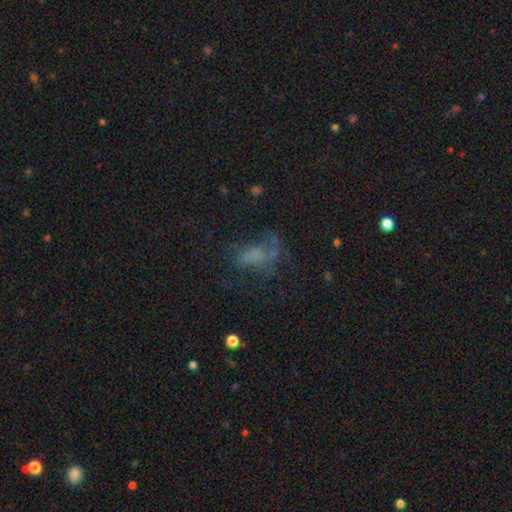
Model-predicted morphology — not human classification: type=smooth (45%); merging=none (38%).